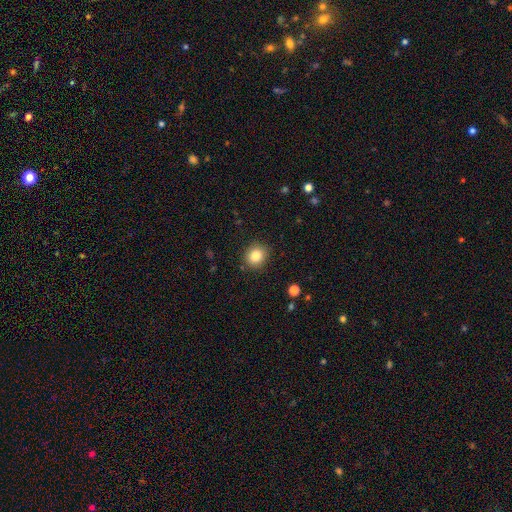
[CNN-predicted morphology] Smooth or featured? Predicted: smooth (p=0.84). How rounded? Predicted: round (p=0.76). Merging? Predicted: none (p=0.89).